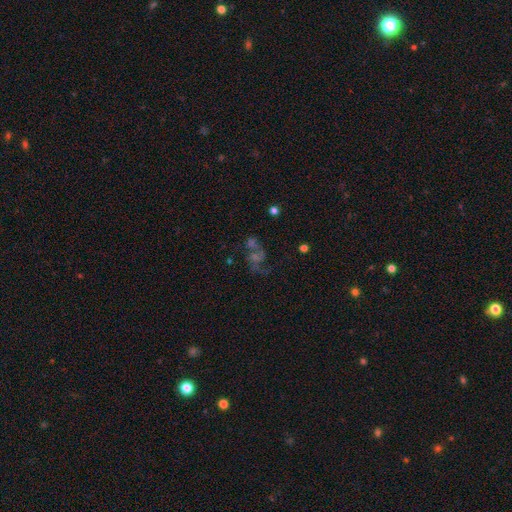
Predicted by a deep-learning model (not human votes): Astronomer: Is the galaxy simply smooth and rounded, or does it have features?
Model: featured or disk — 58%.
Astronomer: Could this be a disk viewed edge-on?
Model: no — 97%.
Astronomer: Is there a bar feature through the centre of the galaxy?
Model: no — 74%.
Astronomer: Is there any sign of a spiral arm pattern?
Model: yes — 75%.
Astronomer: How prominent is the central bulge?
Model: small — 38% (runner-up: none, 29%).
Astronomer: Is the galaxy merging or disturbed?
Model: none — 41% (runner-up: major disturbance, 23%).